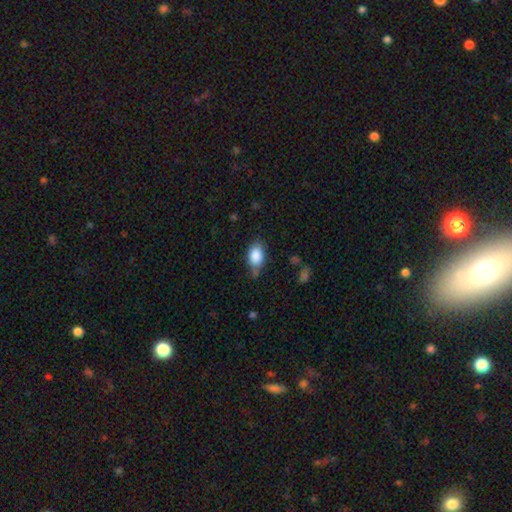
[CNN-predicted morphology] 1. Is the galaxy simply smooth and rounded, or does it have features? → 86% smooth, 7% star or artifact, 7% featured or disk.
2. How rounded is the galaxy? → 87% in between, 11% round, 2% cigar-shaped.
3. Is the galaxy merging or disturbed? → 63% none, 27% minor disturbance, 6% major disturbance, 4% merger.